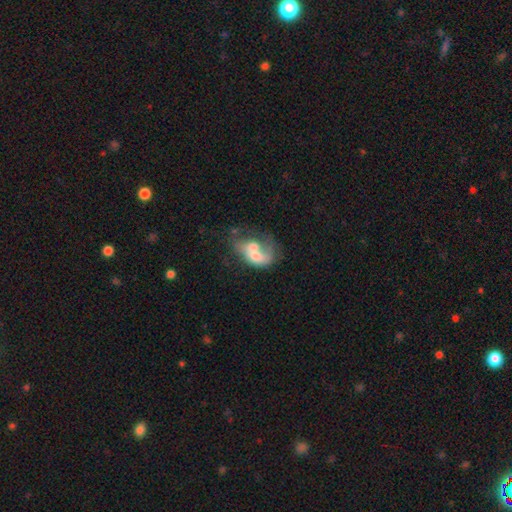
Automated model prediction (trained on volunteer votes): Q: Smooth or featured?
A: featured or disk (47%); runner-up: smooth (44%)
Q: Merging?
A: merger (55%); runner-up: major disturbance (20%)